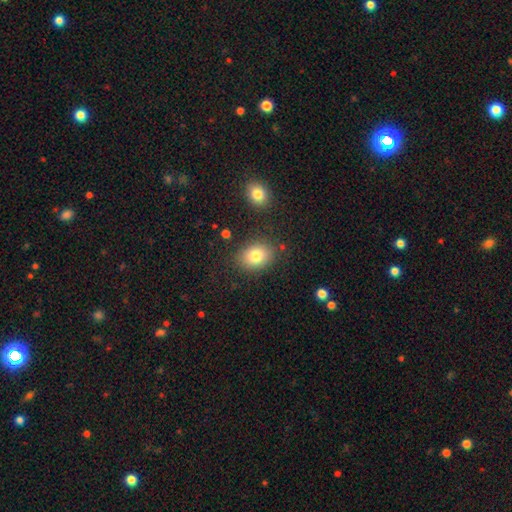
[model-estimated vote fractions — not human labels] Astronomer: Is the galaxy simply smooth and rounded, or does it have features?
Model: smooth — 81%.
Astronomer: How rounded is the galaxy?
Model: in between — 63%.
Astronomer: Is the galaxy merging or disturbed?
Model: none — 83%.